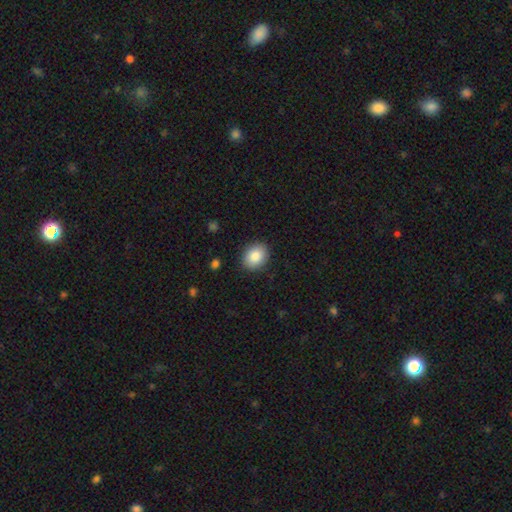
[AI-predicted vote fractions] smooth_or_featured: smooth (p=0.86) [alt: star or artifact p=0.08]
how_rounded: in between (p=0.54) [alt: round p=0.45]
merging: none (p=0.89) [alt: minor disturbance p=0.08]